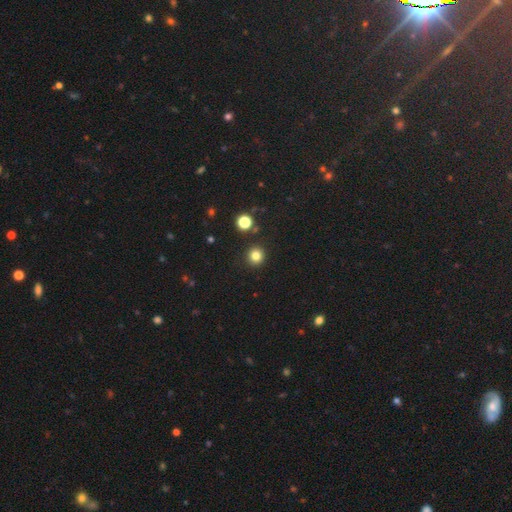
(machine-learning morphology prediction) This appears to be a smooth galaxy with no disk features (81%) that is round (93%). Merging: none (91%).